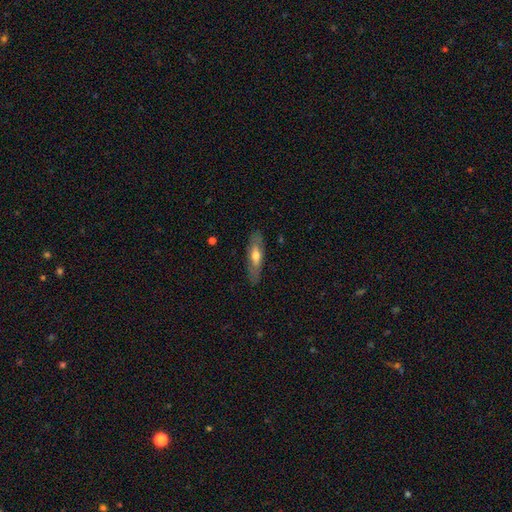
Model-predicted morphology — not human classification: This appears to be a smooth galaxy with no disk features (51%) that is cigar-shaped (51%). Merging: none (83%).